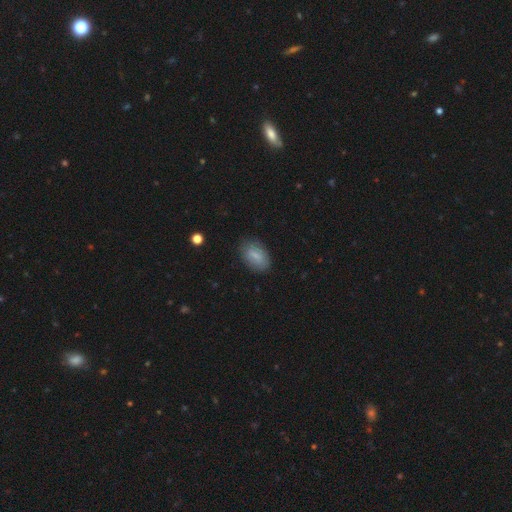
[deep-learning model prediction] smooth-or-featured: smooth: 80% | featured or disk: 13% | star or artifact: 7%
  how-rounded: in between: 91% | round: 7% | cigar-shaped: 2%
  merging: none: 80% | minor disturbance: 16% | major disturbance: 4% | merger: 1%